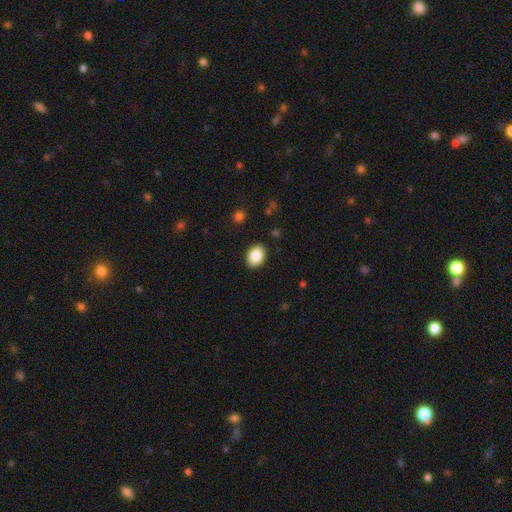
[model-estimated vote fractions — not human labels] This appears to be a smooth galaxy with no disk features (87%) that is in between round and cigar-shaped (69%). Merging: none (89%).